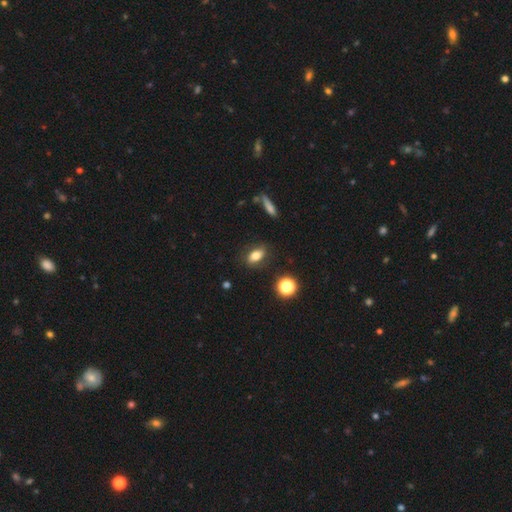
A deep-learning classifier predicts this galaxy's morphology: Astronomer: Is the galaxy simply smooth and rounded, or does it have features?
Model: smooth — 72%.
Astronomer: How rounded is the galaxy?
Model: in between — 77%.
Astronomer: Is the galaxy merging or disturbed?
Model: none — 82%.